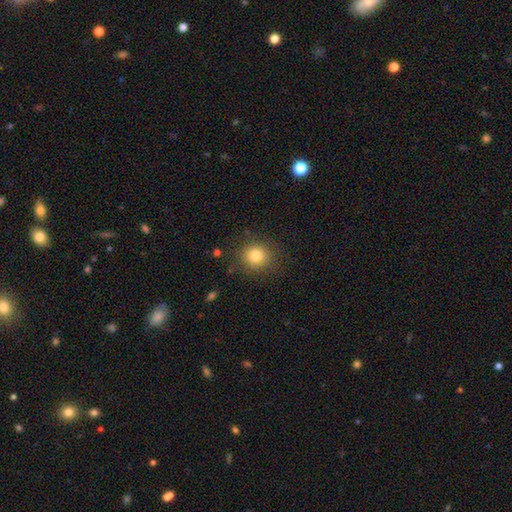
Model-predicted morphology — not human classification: type=smooth (81%); roundness=round (88%); merging=none (87%).